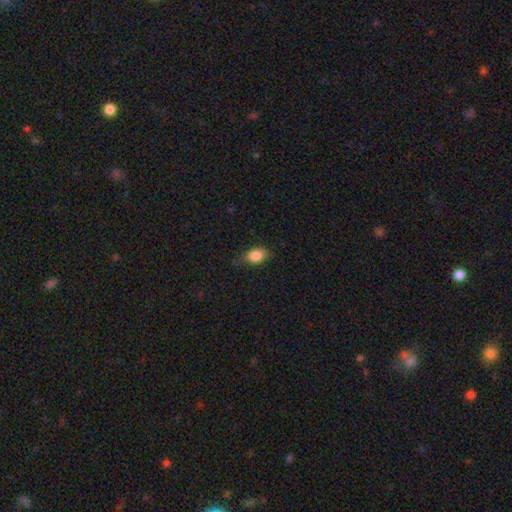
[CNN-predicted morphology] Overall: smooth (85%). How rounded: in between (73%). Merging: none (71%).